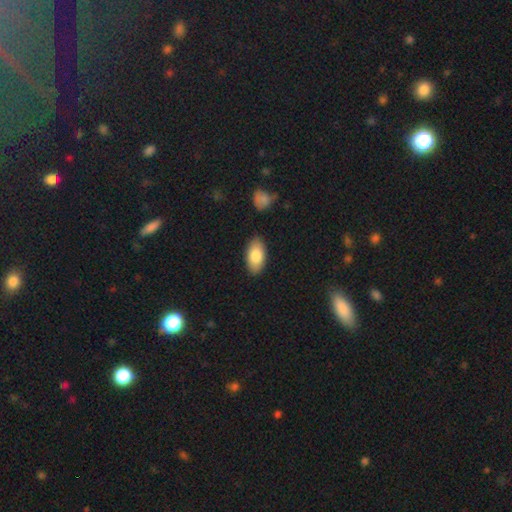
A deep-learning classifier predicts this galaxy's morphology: The model was most divided on "smooth or featured": smooth: 81%, featured or disk: 12%, star or artifact: 6%. More confident: how rounded — in between (94%); merging — none (86%).